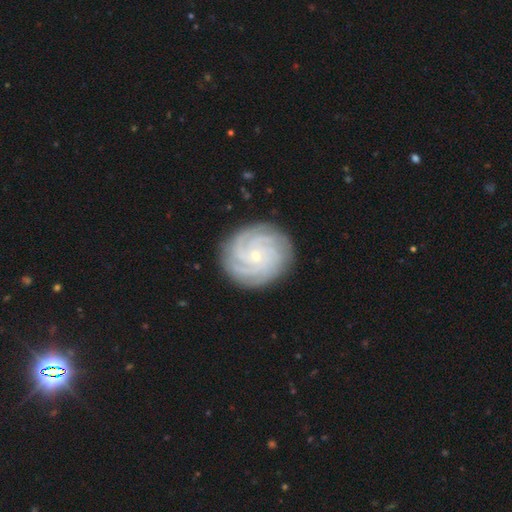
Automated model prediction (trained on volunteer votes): This appears to be a featured or disk galaxy (86%) with no bar (77%), 4 (32%) tight (81%) spiral arms (98%) and a small central bulge (80%). Merging: none (87%).